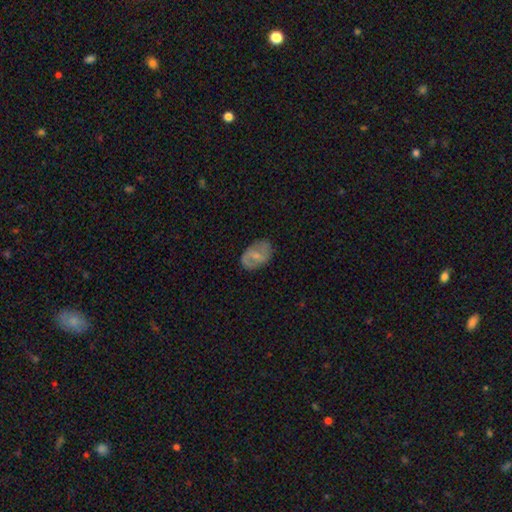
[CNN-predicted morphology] Overall: featured or disk (48%; smooth 45%). Merging: none (78%).